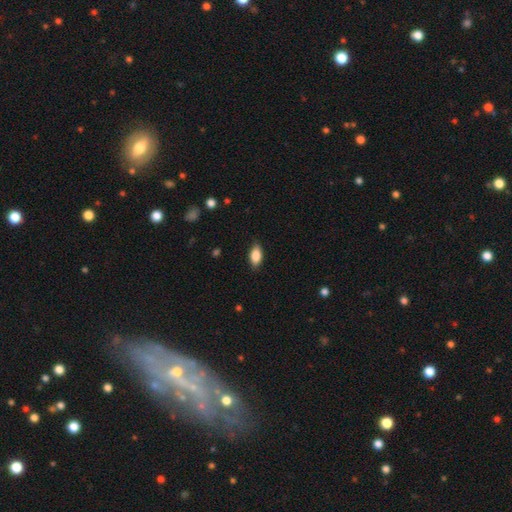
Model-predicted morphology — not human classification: Smooth or featured? smooth (85%)
How rounded? in between (89%)
Merging? none (83%)